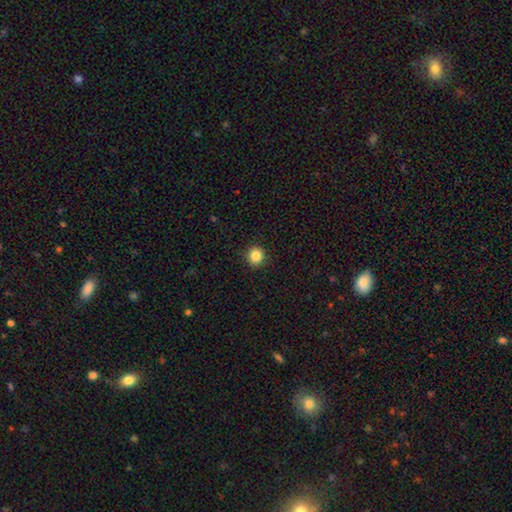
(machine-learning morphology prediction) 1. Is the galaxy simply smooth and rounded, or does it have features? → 86% smooth, 10% star or artifact, 4% featured or disk.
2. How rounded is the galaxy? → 89% round, 10% in between, 1% cigar-shaped.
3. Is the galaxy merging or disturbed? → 91% none, 6% minor disturbance, 2% major disturbance, 1% merger.